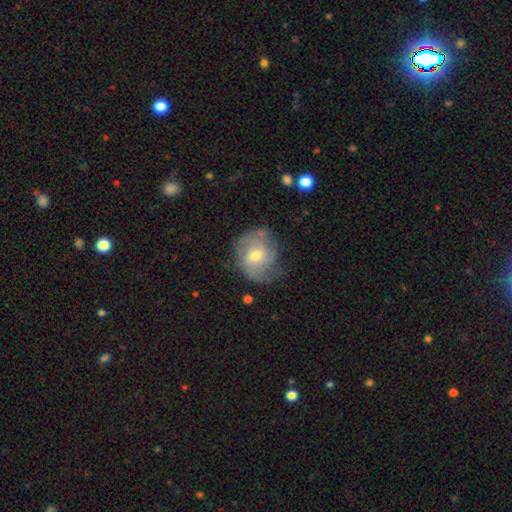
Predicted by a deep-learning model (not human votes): Smooth or featured: featured or disk — 60% (smooth — 33%)
Edge-on disk: no — 97% (yes — 3%)
Bar: no — 49% (weak — 42%)
Spiral arms: yes — 81% (no — 19%)
Bulge size: moderate — 63% (small — 31%)
Merging: none — 56% (minor disturbance — 28%)